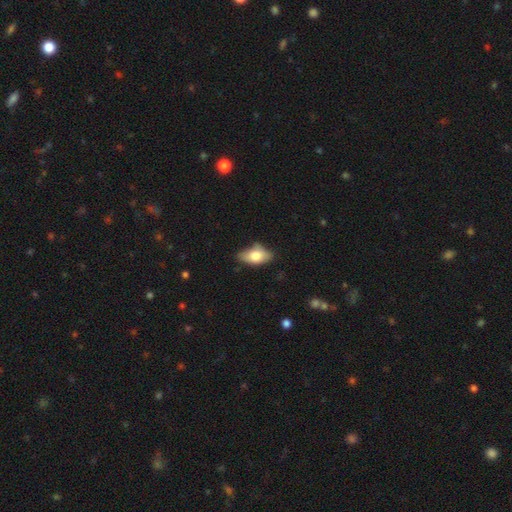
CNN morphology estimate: Q: Smooth or featured?
A: smooth (71%); runner-up: featured or disk (22%)
Q: How rounded?
A: in between (90%); runner-up: cigar-shaped (5%)
Q: Merging?
A: none (63%); runner-up: minor disturbance (27%)